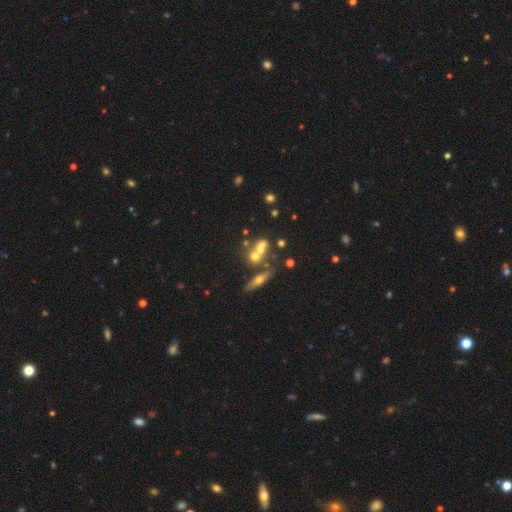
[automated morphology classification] smooth_or_featured: smooth (p=0.46) [alt: featured or disk p=0.37]
merging: merger (p=0.48) [alt: none p=0.37]